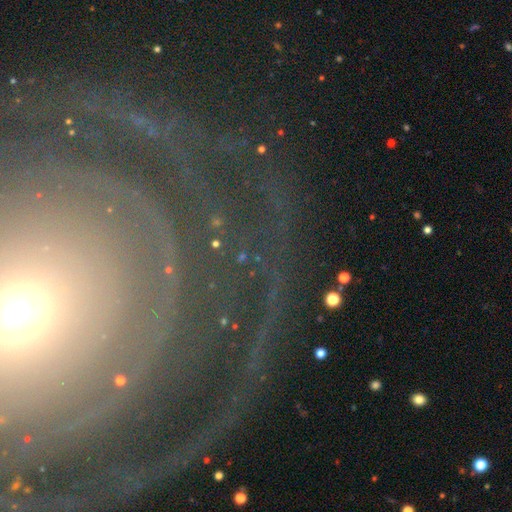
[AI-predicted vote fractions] Smooth or featured: featured or disk — 75% (star or artifact — 15%)
Edge-on disk: no — 93% (yes — 7%)
Bar: no — 63% (weak — 19%)
Spiral arms: yes — 84% (no — 16%)
Spiral winding: tight — 69% (medium — 21%)
Spiral arm count: can't tell — 32% (2 — 21%)
Bulge size: small — 44% (moderate — 41%)
Merging: none — 71% (major disturbance — 14%)